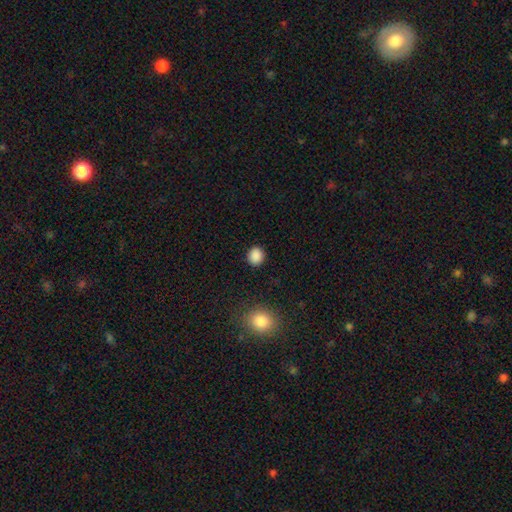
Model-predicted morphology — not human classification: A smooth galaxy with no disk features (88%) that is round (78%).

Vote fractions:
- Smooth or featured? smooth: 88% / star or artifact: 9% / featured or disk: 3%
- How rounded? round: 78% / in between: 21% / cigar-shaped: 1%
- Merging? none: 90% / minor disturbance: 6% / major disturbance: 2% / merger: 1%